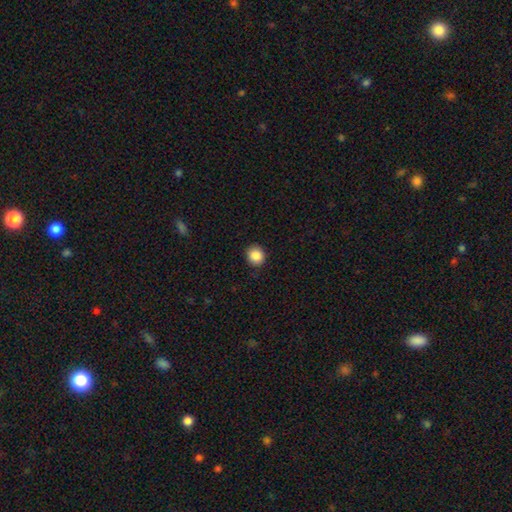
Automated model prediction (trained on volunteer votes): Q: Smooth or featured?
A: smooth (86%); runner-up: star or artifact (9%)
Q: How rounded?
A: round (85%); runner-up: in between (14%)
Q: Merging?
A: none (90%); runner-up: minor disturbance (7%)